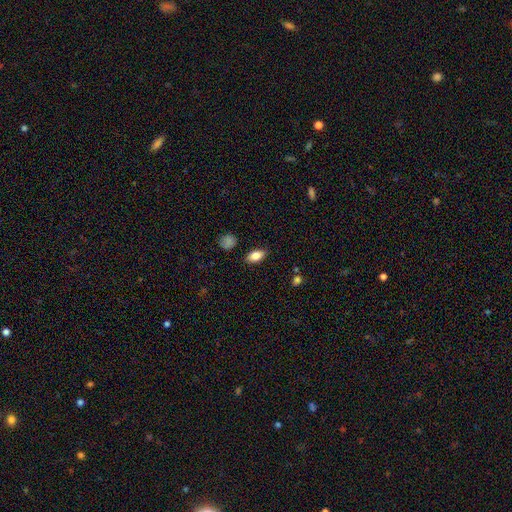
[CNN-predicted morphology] A smooth galaxy with no disk features (81%) that is in between round and cigar-shaped (87%). Merging: none (86%).